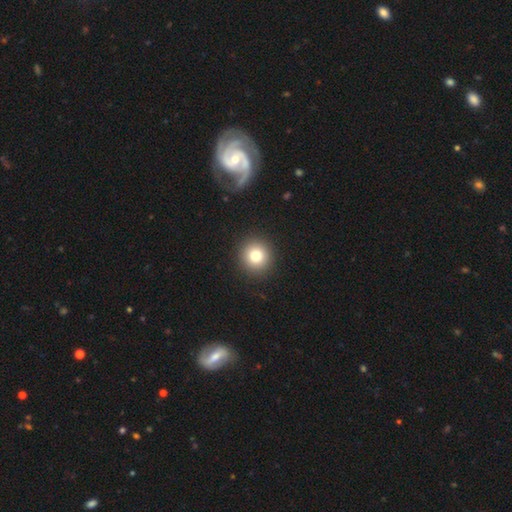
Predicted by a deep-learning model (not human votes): Smooth or featured?
  - smooth: 79% *
  - star or artifact: 11%
  - featured or disk: 10%
How rounded?
  - round: 93% *
  - in between: 6%
  - cigar-shaped: 1%
Merging?
  - none: 92% *
  - minor disturbance: 5%
  - major disturbance: 2%
  - merger: 1%